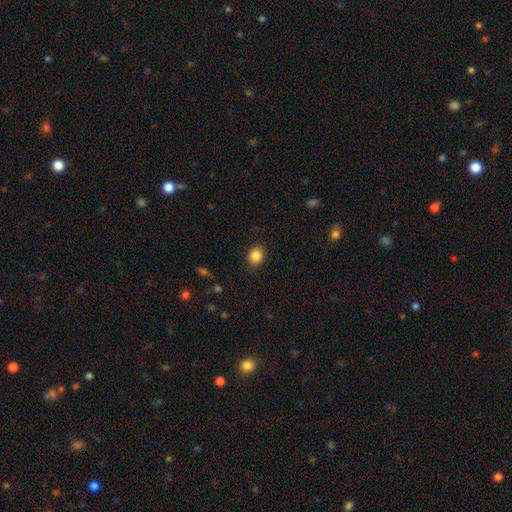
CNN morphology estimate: Overall: smooth (85%). How rounded: round (52%; in between 47%). Merging: none (86%).